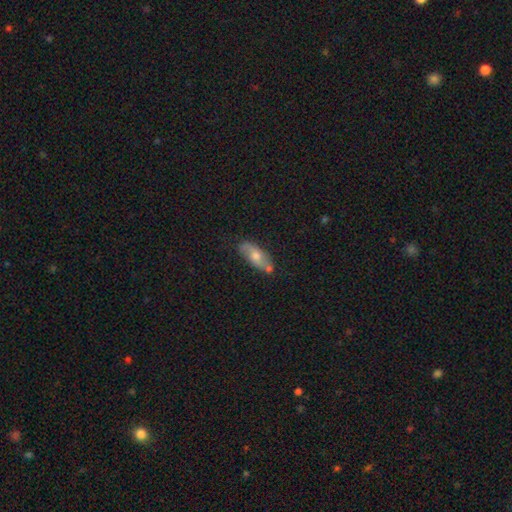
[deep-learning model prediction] This is possibly a smooth galaxy (50%). How rounded: likely in between (77%). Merging: likely none (68%).